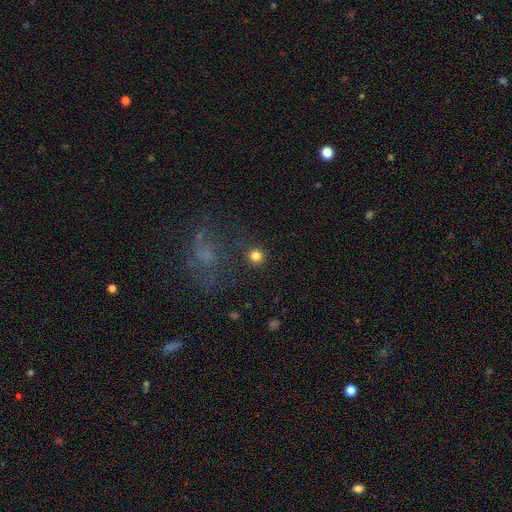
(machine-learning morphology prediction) This is clearly a smooth galaxy (82%). How rounded: clearly round (94%). Merging: clearly none (88%).